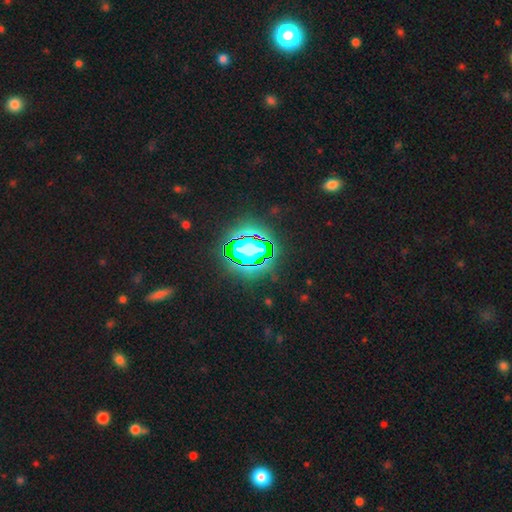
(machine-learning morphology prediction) Smooth or featured? Predicted: star or artifact (p=0.79).